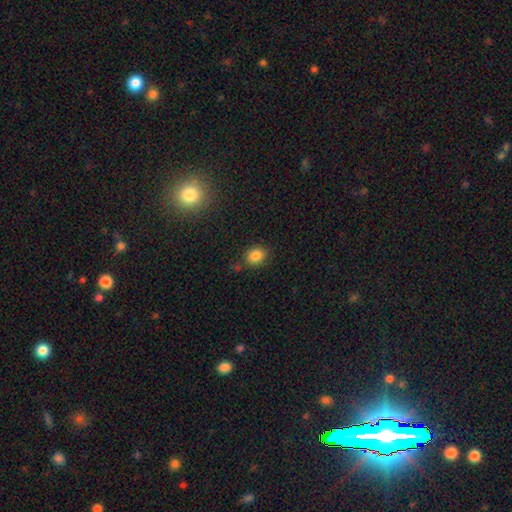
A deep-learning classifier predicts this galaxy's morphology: smooth 84%, star or artifact 11%, featured or disk 5%. Down the decision tree: how rounded — round (51%); merging — none (78%).